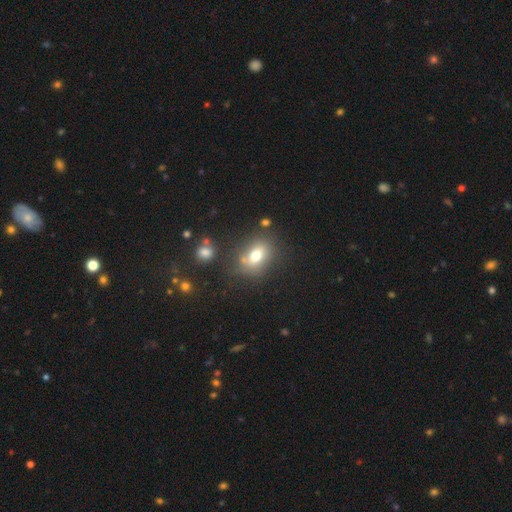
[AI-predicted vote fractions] Morphology: type=smooth (73%); roundness=in between (71%); merging=none (68%).